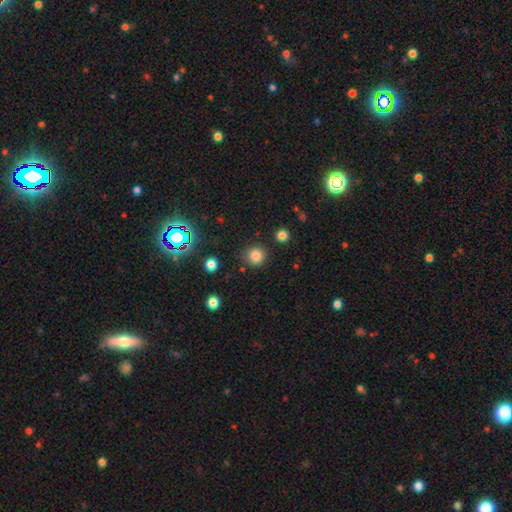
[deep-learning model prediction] A smooth galaxy with no disk features (81%) that is round (92%). Merging: none (85%).